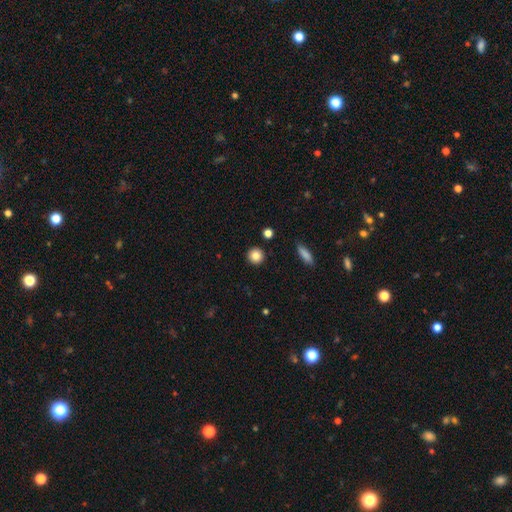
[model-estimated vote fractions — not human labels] The model was most divided on "smooth or featured": smooth: 84%, star or artifact: 10%, featured or disk: 6%. More confident: how rounded — round (93%); merging — none (91%).